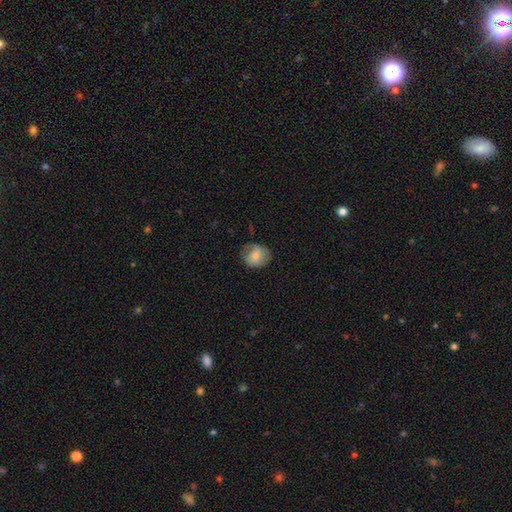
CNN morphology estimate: The model was most divided on "how rounded": round: 65%, in between: 34%, cigar-shaped: 1%. More confident: smooth or featured — smooth (67%); merging — none (63%).